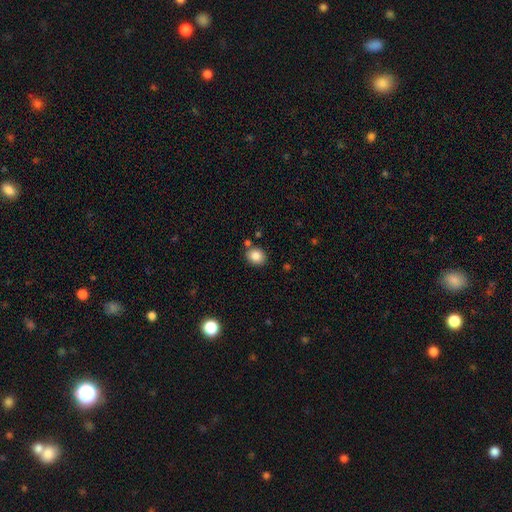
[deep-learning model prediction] This is clearly a smooth galaxy (85%). How rounded: likely round (63%). Merging: clearly none (80%).